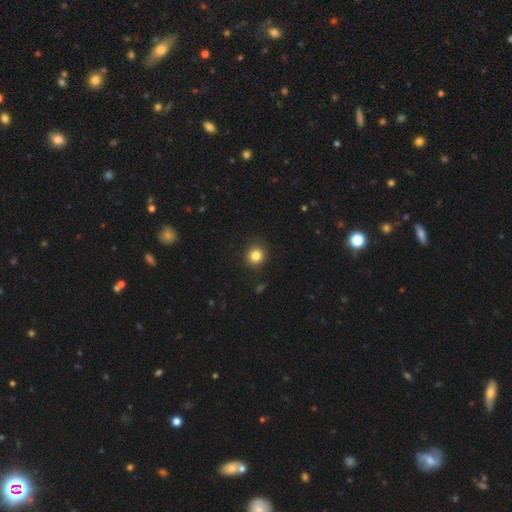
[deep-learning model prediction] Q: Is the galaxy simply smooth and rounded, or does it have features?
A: smooth — 83%.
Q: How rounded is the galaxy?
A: round — 90%.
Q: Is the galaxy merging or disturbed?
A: none — 90%.